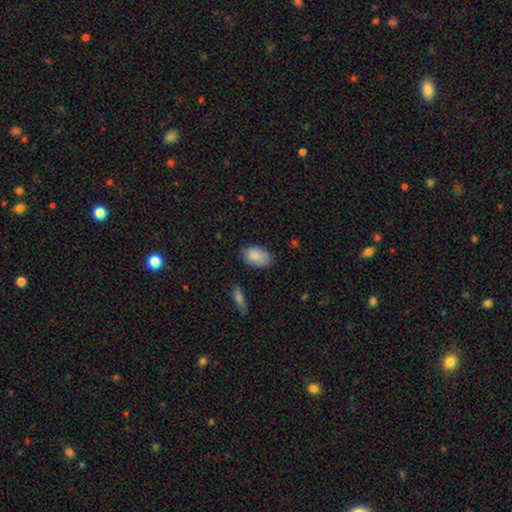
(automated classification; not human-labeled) smooth 85%, featured or disk 8%, star or artifact 6%. Down the decision tree: how rounded — in between (90%); merging — none (74%).